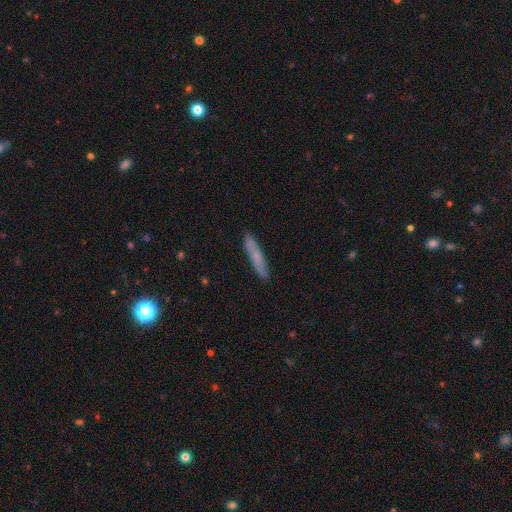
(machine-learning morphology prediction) type=smooth (58%); roundness=cigar-shaped (91%); merging=none (84%).